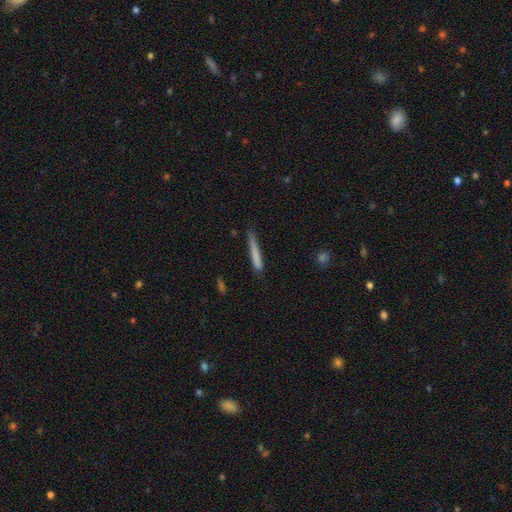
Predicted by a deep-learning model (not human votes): Smooth or featured?
  - smooth: 75% *
  - featured or disk: 19%
  - star or artifact: 6%
How rounded?
  - cigar-shaped: 96% *
  - in between: 3%
  - round: 1%
Merging?
  - none: 74% *
  - minor disturbance: 20%
  - major disturbance: 4%
  - merger: 2%